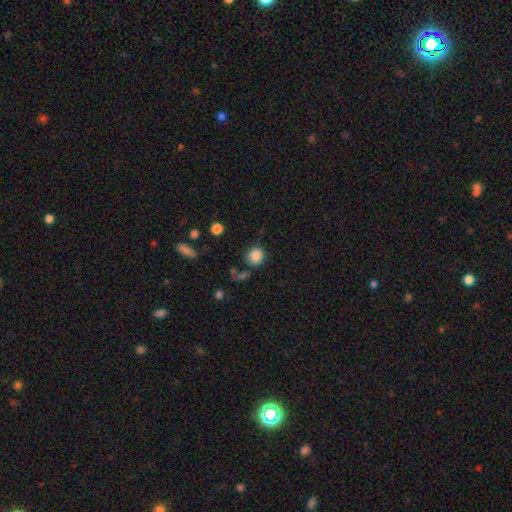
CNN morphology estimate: Smooth or featured? Predicted: smooth (p=0.86). How rounded? Predicted: round (p=0.87). Merging? Predicted: none (p=0.78).